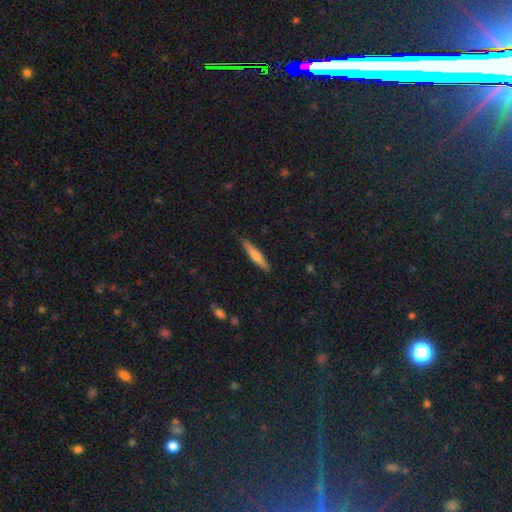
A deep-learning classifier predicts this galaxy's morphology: Q: Smooth or featured?
A: smooth (65%); runner-up: featured or disk (29%)
Q: How rounded?
A: cigar-shaped (90%); runner-up: in between (8%)
Q: Merging?
A: none (87%); runner-up: minor disturbance (10%)